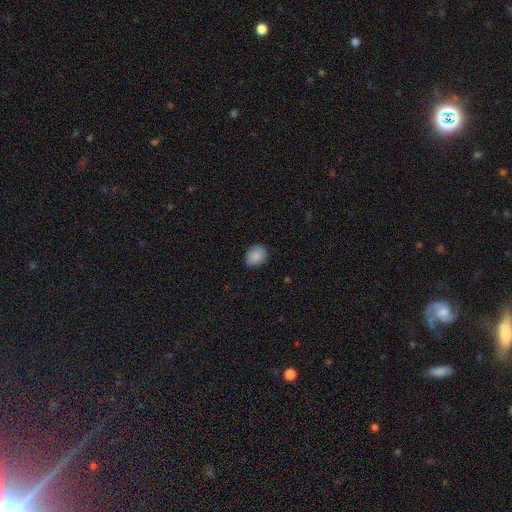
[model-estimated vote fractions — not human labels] Overall: smooth (88%). How rounded: round (65%; in between 34%). Merging: none (84%).